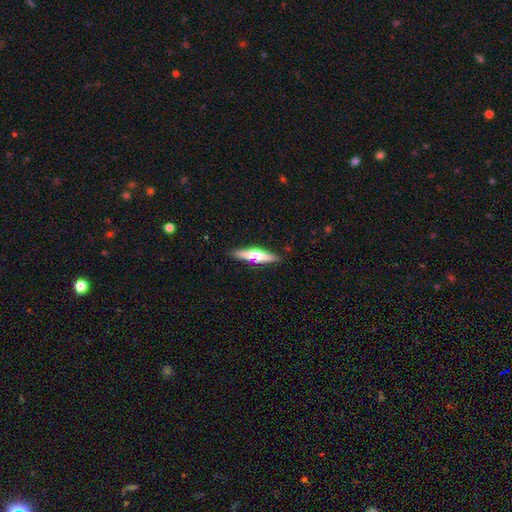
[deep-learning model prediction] Smooth or featured? Predicted: featured or disk (p=0.55). Edge-on disk? Predicted: yes (p=0.94). Edge-on bulge? Predicted: rounded (p=0.91). Merging? Predicted: none (p=0.88).